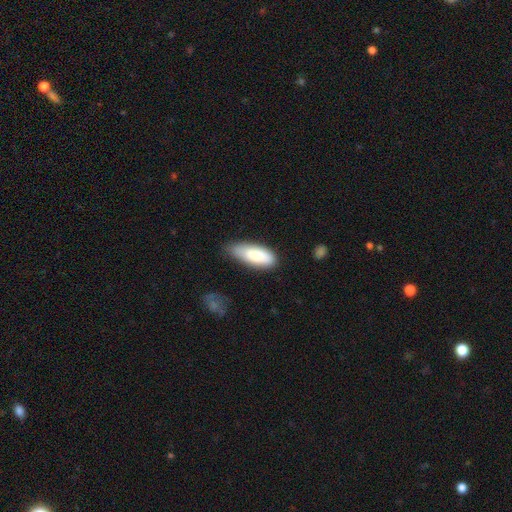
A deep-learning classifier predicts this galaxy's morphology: Smooth or featured? Predicted: smooth (p=0.80). How rounded? Predicted: in between (p=0.75). Merging? Predicted: none (p=0.62).